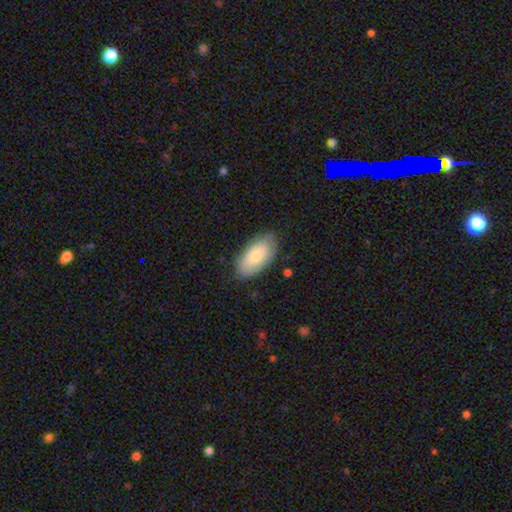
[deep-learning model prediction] Smooth or featured?
  - smooth: 71% *
  - featured or disk: 24%
  - star or artifact: 6%
How rounded?
  - in between: 94% *
  - cigar-shaped: 4%
  - round: 3%
Merging?
  - none: 78% *
  - minor disturbance: 17%
  - major disturbance: 4%
  - merger: 1%